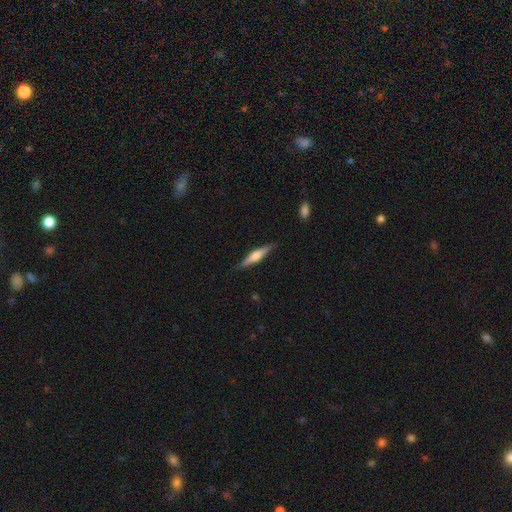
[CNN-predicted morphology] Smooth or featured: featured or disk — 56% (smooth — 39%)
Edge-on disk: yes — 96% (no — 4%)
Edge-on bulge: rounded — 78% (boxy — 15%)
Merging: none — 87% (minor disturbance — 10%)